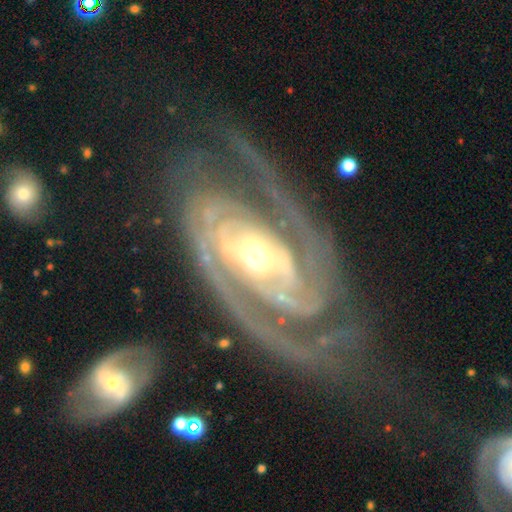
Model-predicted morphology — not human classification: Overall: featured or disk (93%). Edge-on disk: no (96%). Bar: no (42%; weak 30%). Spiral arms: yes (98%). Spiral arm count: 2 (59%). Spiral winding: tight (60%; medium 32%). Bulge size: moderate (69%). Merging: none (60%).